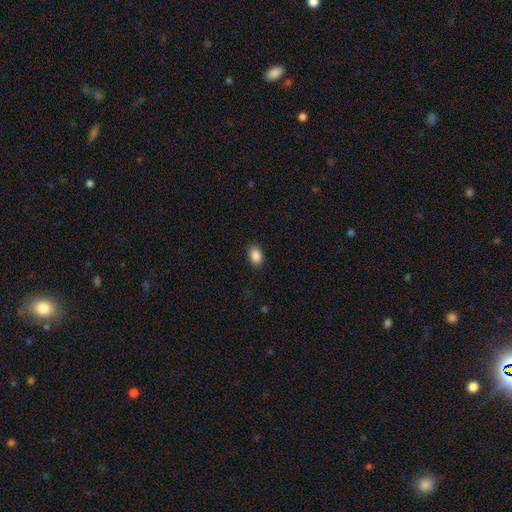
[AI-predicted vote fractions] Q: Smooth or featured?
A: smooth (88%); runner-up: star or artifact (8%)
Q: How rounded?
A: in between (85%); runner-up: round (14%)
Q: Merging?
A: none (86%); runner-up: minor disturbance (10%)